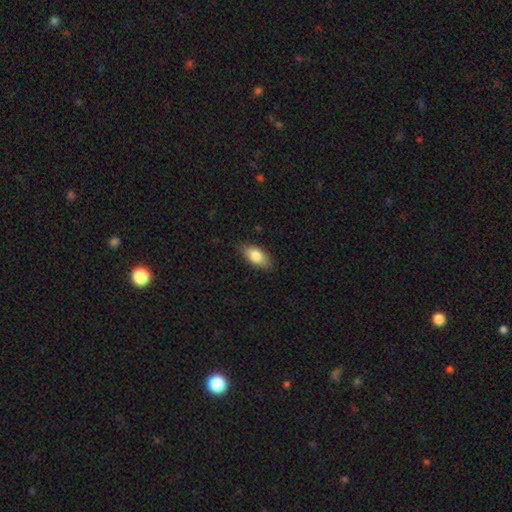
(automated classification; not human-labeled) Q: Smooth or featured?
A: smooth (81%); runner-up: featured or disk (13%)
Q: How rounded?
A: in between (89%); runner-up: cigar-shaped (8%)
Q: Merging?
A: none (83%); runner-up: minor disturbance (13%)